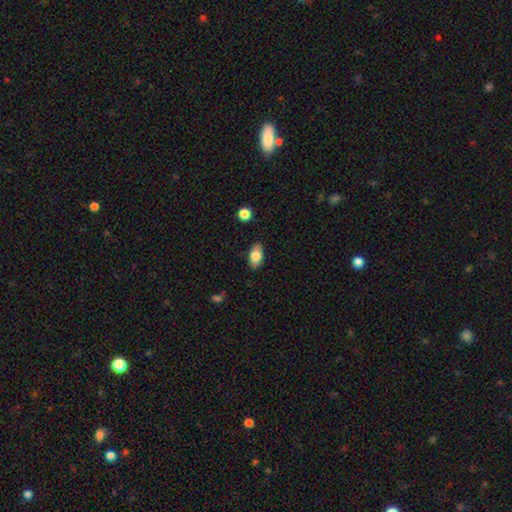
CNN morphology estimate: Overall: smooth (79%). How rounded: in between (90%). Merging: none (85%).